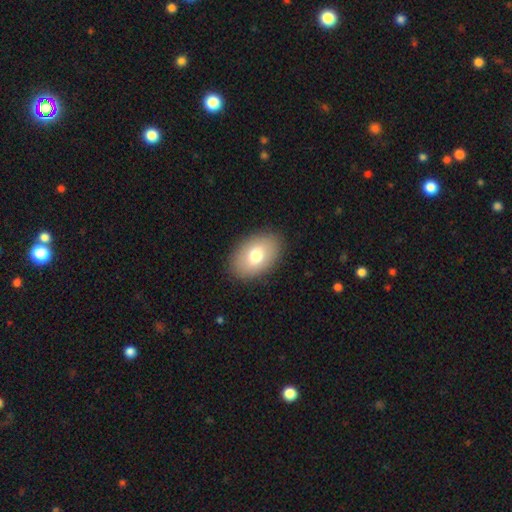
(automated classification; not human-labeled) The model was most divided on "smooth or featured": smooth: 74%, featured or disk: 18%, star or artifact: 7%. More confident: how rounded — in between (89%); merging — none (88%).